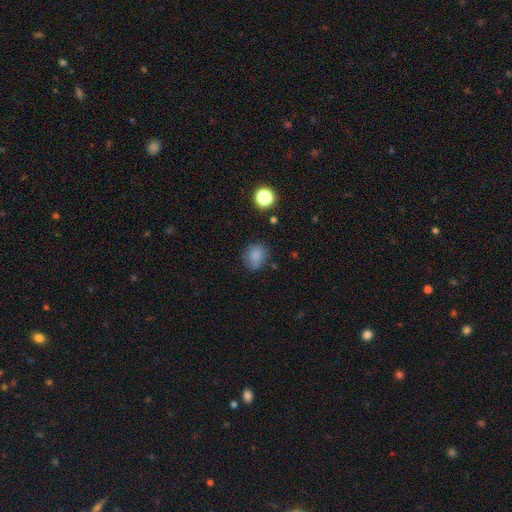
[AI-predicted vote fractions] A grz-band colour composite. It shows a smooth galaxy with no disk features (82%) that is round (68%). Merging: none (76%).